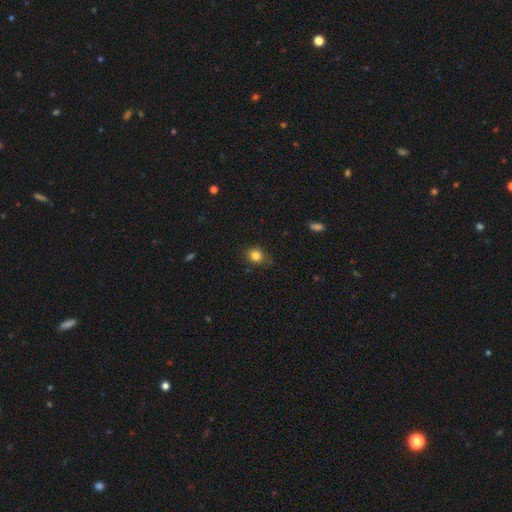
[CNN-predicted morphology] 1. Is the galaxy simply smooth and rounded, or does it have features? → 82% smooth, 11% star or artifact, 6% featured or disk.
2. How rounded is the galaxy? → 67% round, 32% in between, 1% cigar-shaped.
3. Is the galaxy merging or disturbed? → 79% none, 16% minor disturbance, 3% major disturbance, 1% merger.